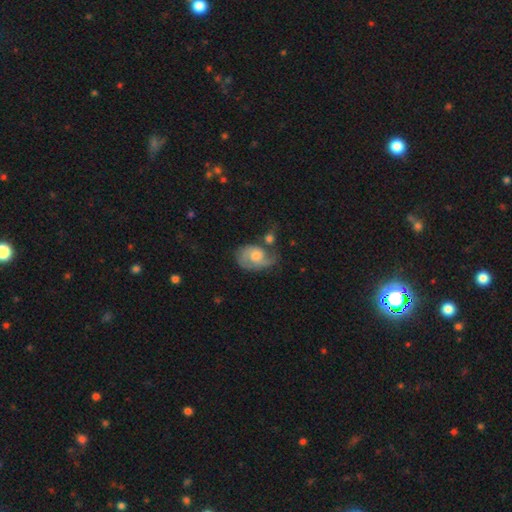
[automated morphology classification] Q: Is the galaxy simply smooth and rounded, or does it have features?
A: featured or disk — 57%.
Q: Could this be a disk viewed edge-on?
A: no — 96%.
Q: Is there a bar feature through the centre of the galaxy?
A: no — 75%.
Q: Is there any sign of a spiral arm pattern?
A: yes — 80%.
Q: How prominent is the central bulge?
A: moderate — 59%.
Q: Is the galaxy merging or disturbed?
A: none — 34%.